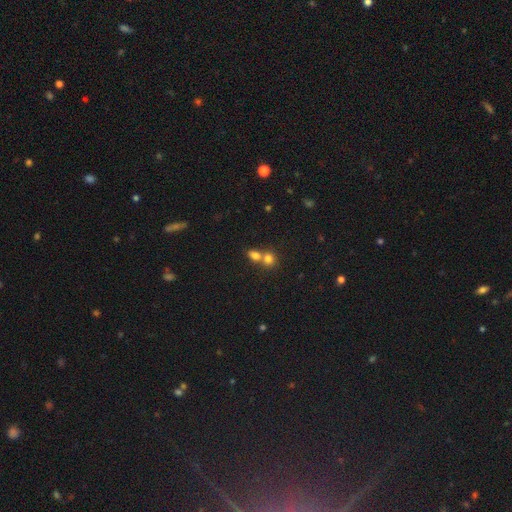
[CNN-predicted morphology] Q: Smooth or featured?
A: smooth (77%); runner-up: star or artifact (13%)
Q: How rounded?
A: round (49%); runner-up: in between (48%)
Q: Merging?
A: merger (57%); runner-up: none (34%)